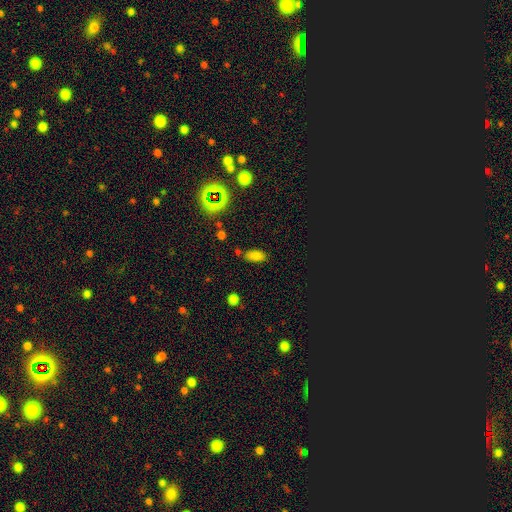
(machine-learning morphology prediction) This is likely a smooth galaxy (75%). How rounded: clearly in between (89%). Merging: likely none (74%).